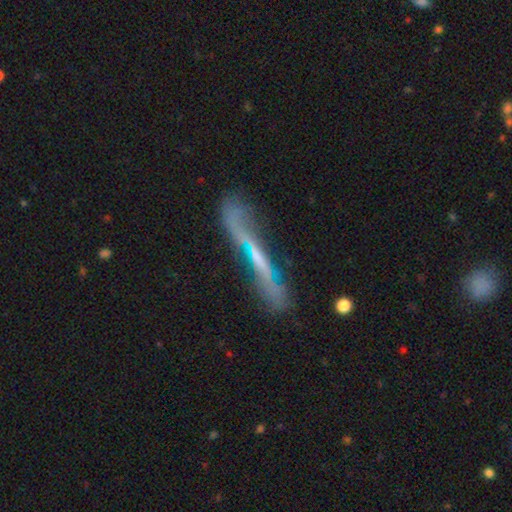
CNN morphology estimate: This is likely a featured or disk galaxy (67%). It is likely viewed edge-on (75%). Edge-on bulge: likely none (60%). Merging: possibly none (59%).